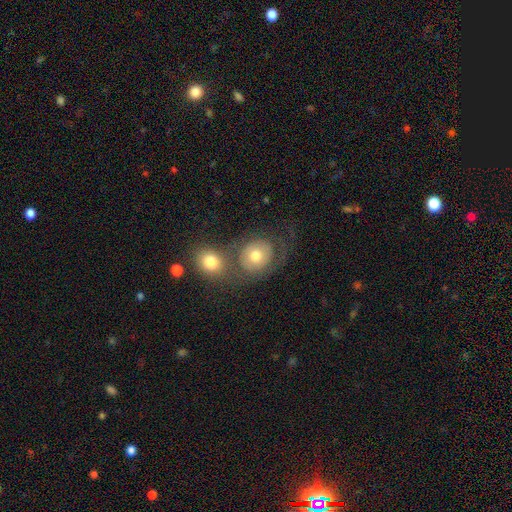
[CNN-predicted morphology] smooth 60%, featured or disk 30%, star or artifact 10%. Down the decision tree: how rounded — round (70%); merging — none (44%).